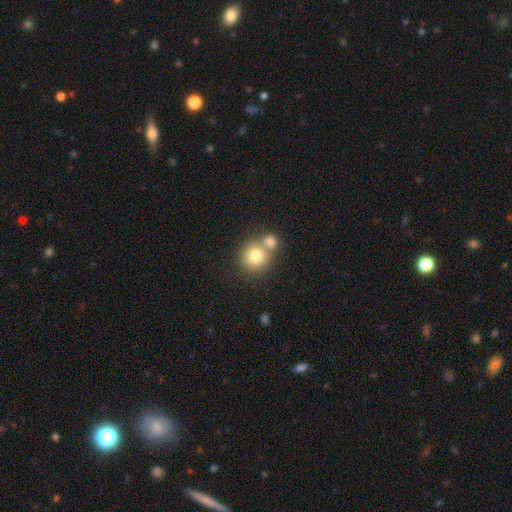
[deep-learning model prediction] Smooth or featured? Predicted: smooth (p=0.80). How rounded? Predicted: round (p=0.87). Merging? Predicted: none (p=0.45, tied with merger).